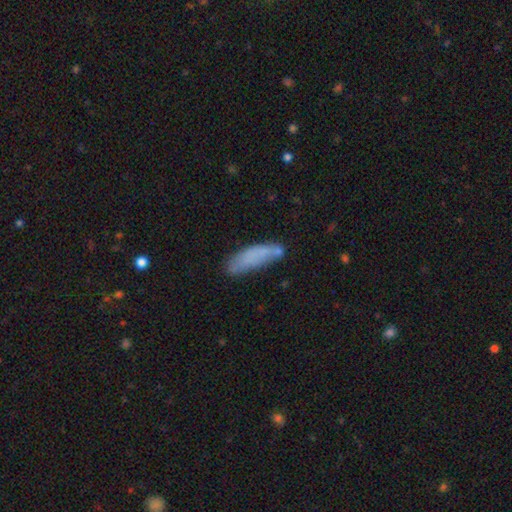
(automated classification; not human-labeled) Overall: smooth (75%). How rounded: cigar-shaped (58%; in between 40%). Merging: none (61%; minor disturbance 24%).